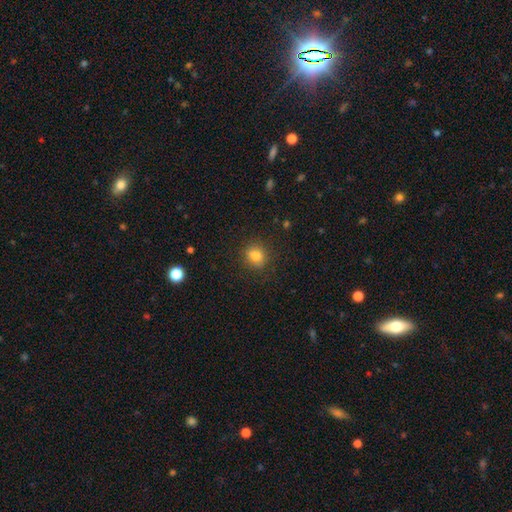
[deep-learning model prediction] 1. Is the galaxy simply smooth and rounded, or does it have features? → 82% smooth, 12% star or artifact, 6% featured or disk.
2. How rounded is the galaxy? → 72% round, 27% in between, 1% cigar-shaped.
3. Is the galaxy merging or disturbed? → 87% none, 9% minor disturbance, 3% major disturbance, 1% merger.